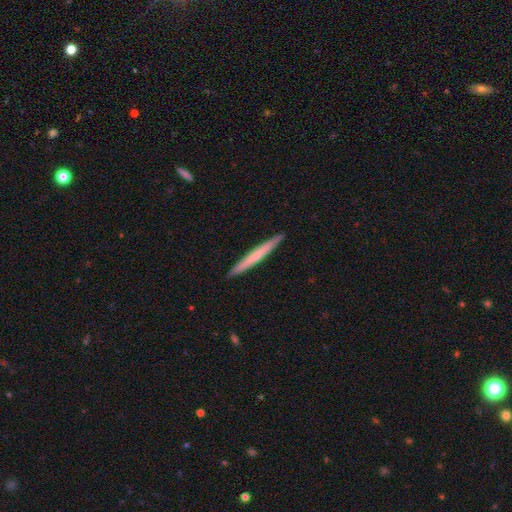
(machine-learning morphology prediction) Smooth or featured? smooth (54%)
How rounded? cigar-shaped (97%)
Merging? none (93%)